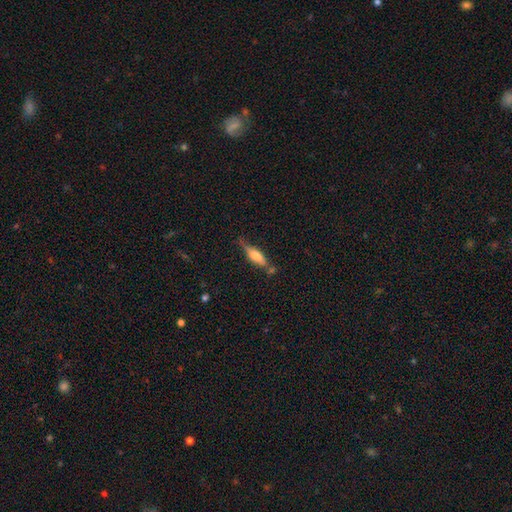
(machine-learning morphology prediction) This is possibly a smooth galaxy (49%). Merging: possibly none (56%).